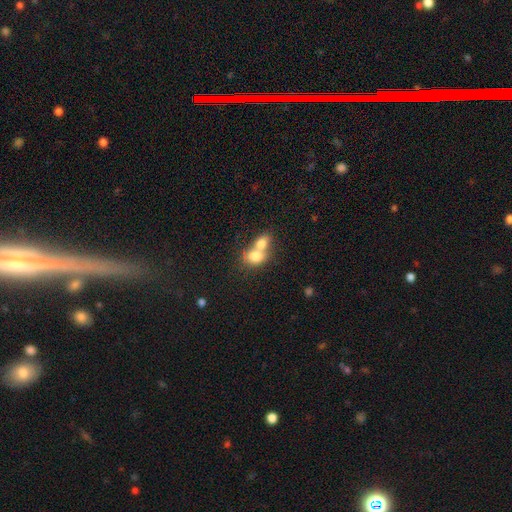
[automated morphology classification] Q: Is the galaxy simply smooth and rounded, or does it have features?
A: smooth — 76%.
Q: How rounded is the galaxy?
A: in between — 66%.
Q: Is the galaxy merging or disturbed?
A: merger — 74%.